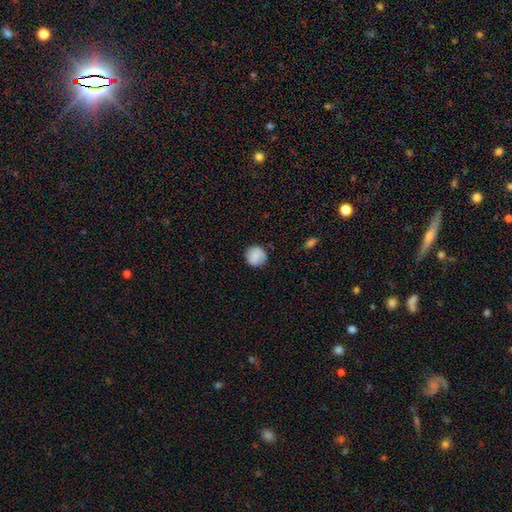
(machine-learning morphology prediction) smooth 84%, featured or disk 8%, star or artifact 8%. Down the decision tree: how rounded — round (90%); merging — none (83%).